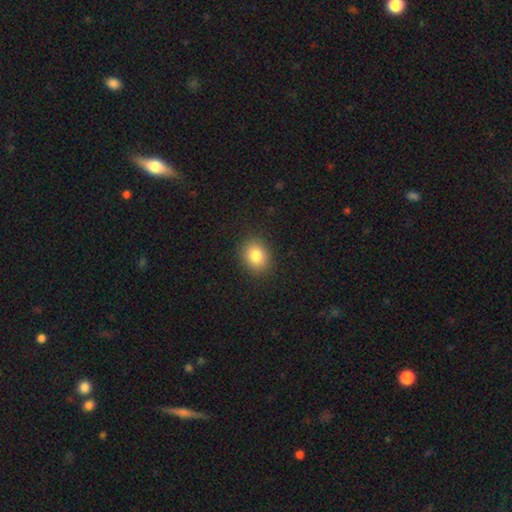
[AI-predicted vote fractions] The model was most divided on "how rounded": round: 56%, in between: 43%, cigar-shaped: 1%. More confident: merging — none (88%); smooth or featured — smooth (83%).